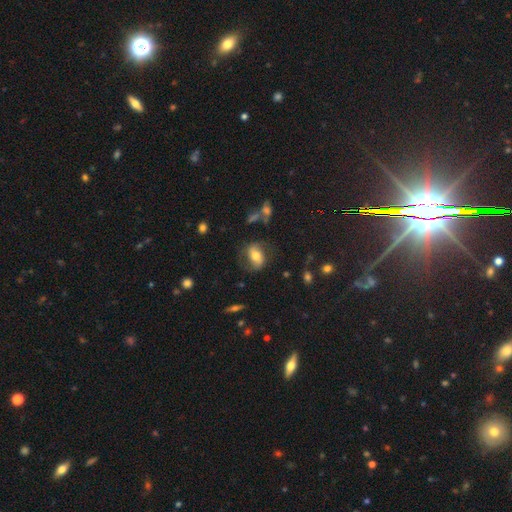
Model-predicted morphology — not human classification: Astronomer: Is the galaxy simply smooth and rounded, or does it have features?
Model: featured or disk — 56% (runner-up: smooth, 35%).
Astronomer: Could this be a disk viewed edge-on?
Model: no — 93%.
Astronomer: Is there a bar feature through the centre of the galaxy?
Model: weak — 37% (runner-up: no, 33%).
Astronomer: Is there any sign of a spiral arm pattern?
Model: yes — 82%.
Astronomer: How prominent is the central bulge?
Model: moderate — 63%.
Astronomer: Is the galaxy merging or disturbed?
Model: none — 69%.